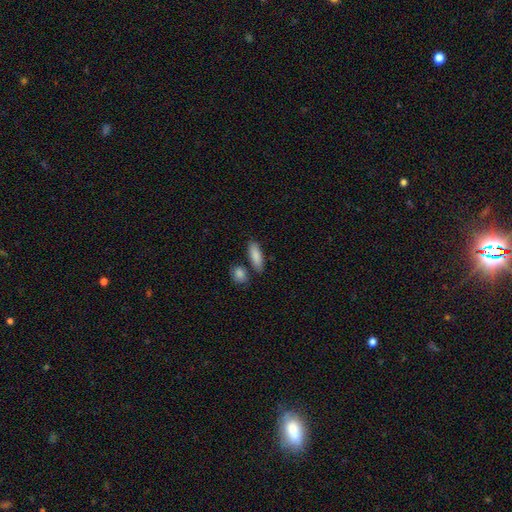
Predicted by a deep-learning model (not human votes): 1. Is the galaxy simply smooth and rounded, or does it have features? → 87% smooth, 7% featured or disk, 6% star or artifact.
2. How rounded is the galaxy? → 61% in between, 36% cigar-shaped, 3% round.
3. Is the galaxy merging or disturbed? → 76% none, 11% minor disturbance, 9% merger, 3% major disturbance.